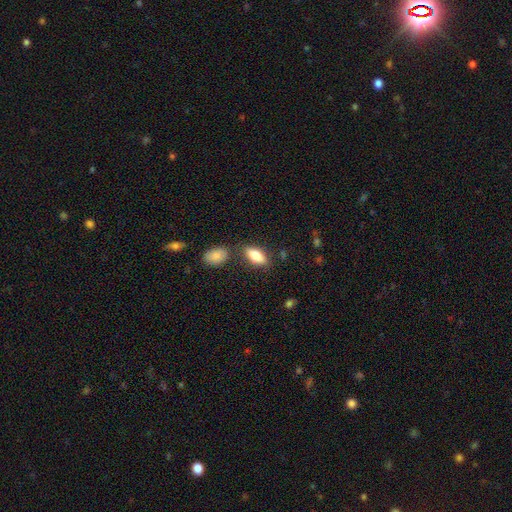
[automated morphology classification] smooth 80%, featured or disk 13%, star or artifact 7%. Down the decision tree: how rounded — in between (86%); merging — none (77%).